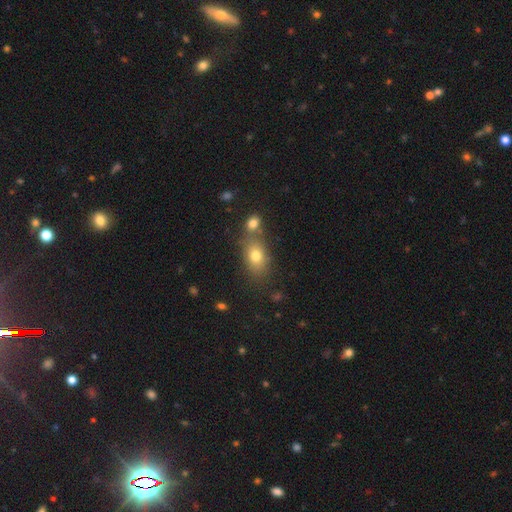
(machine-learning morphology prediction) Smooth or featured: smooth — 75% (featured or disk — 13%)
How rounded: in between — 78% (round — 19%)
Merging: none — 58% (merger — 26%)